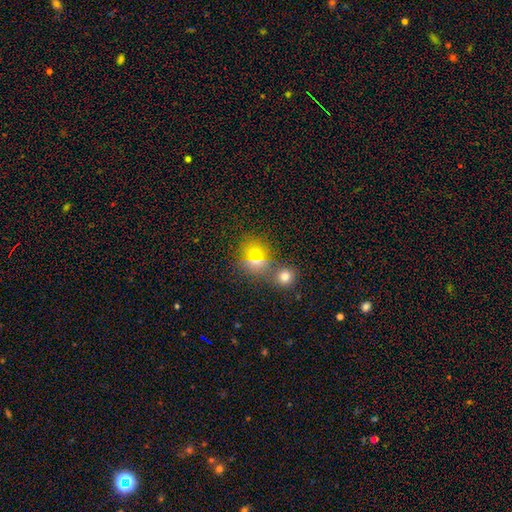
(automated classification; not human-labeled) A smooth galaxy with no disk features (64%) that is round (78%). Merging: none (62%).